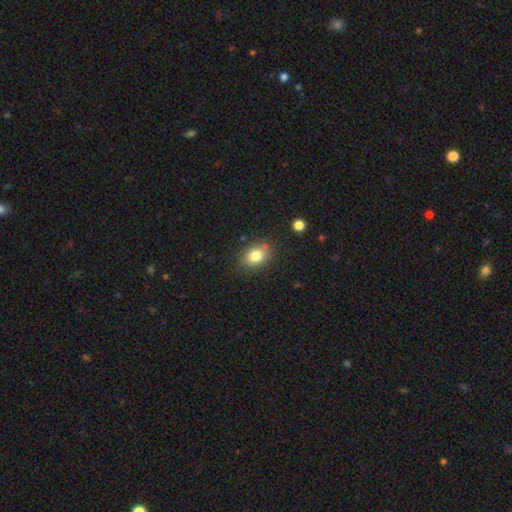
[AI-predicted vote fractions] smooth 81%, star or artifact 10%, featured or disk 10%. Down the decision tree: how rounded — in between (67%); merging — none (80%).